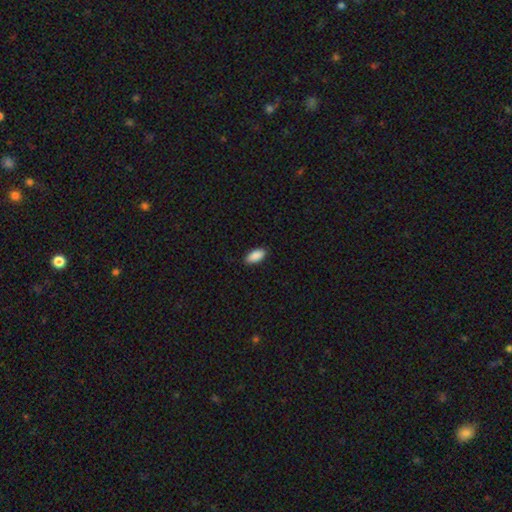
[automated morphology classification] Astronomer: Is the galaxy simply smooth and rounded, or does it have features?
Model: smooth — 91%.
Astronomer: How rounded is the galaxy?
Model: in between — 92%.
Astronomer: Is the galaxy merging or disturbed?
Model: none — 88%.